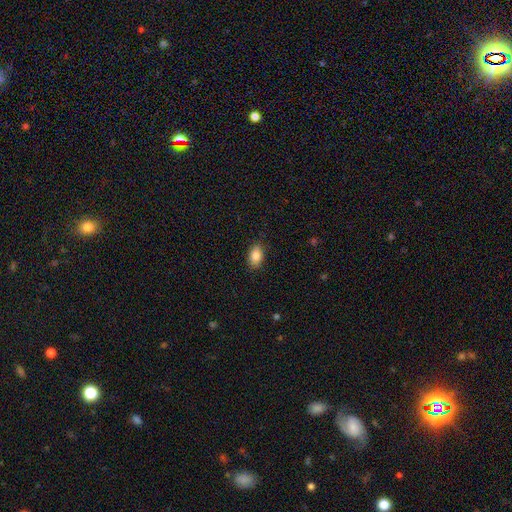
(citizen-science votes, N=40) smooth 80%, featured or disk 12%, star or artifact 8%. Down the decision tree: how rounded — in between (91%); merging — none (95%).